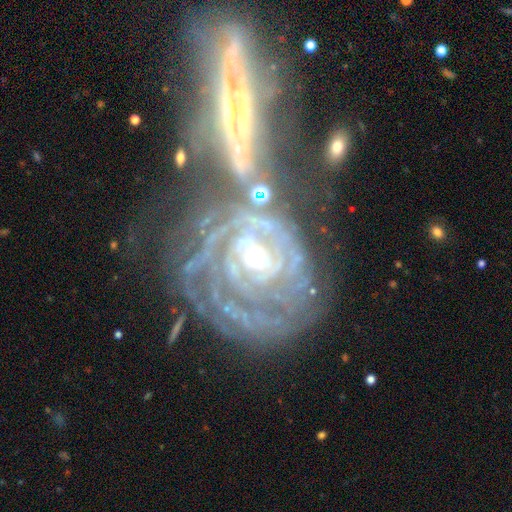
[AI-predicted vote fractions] Smooth or featured? featured or disk (88%)
Edge-on disk? no (96%)
Bar? no (48%)
Spiral arms? yes (93%)
Spiral winding? tight (76%)
Spiral arm count? can't tell (38%)
Bulge size? small (53%)
Merging? none (34%)